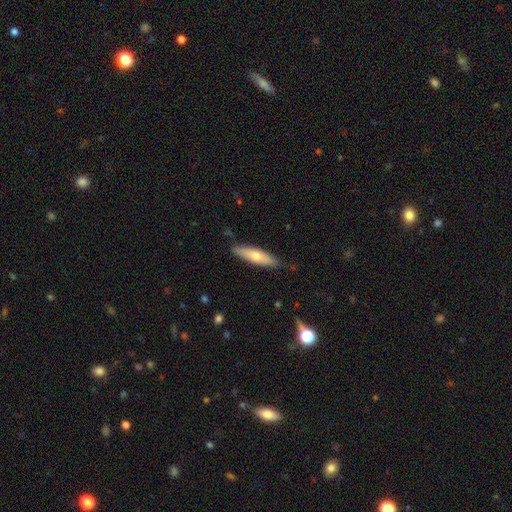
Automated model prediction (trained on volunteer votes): The model was most divided on "smooth or featured": smooth: 61%, featured or disk: 33%, star or artifact: 6%. More confident: merging — none (85%); how rounded — cigar-shaped (71%).